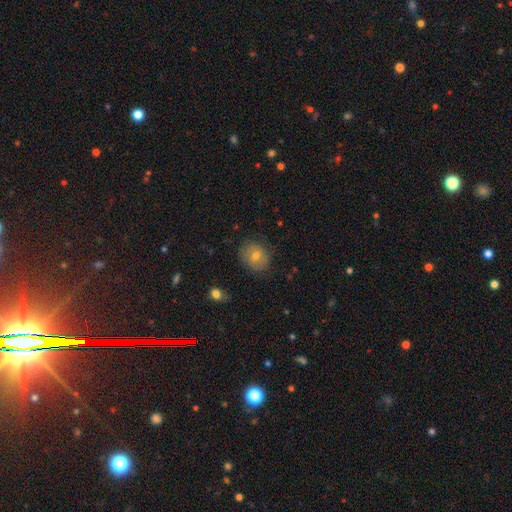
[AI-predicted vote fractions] Smooth or featured?
  - smooth: 59% *
  - featured or disk: 27%
  - star or artifact: 15%
How rounded?
  - round: 71% *
  - in between: 28%
  - cigar-shaped: 1%
Merging?
  - none: 81% *
  - minor disturbance: 13%
  - major disturbance: 4%
  - merger: 1%